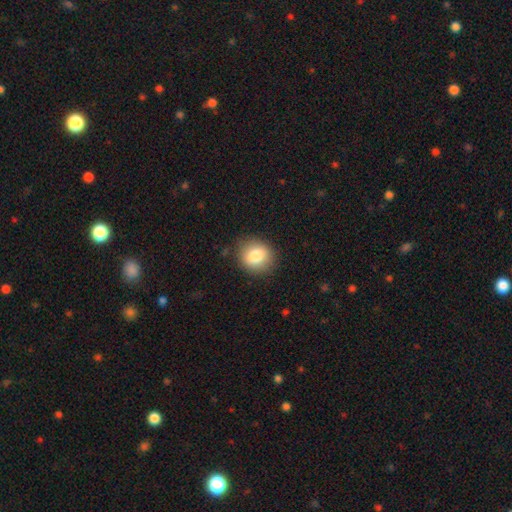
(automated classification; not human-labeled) Morphology: type=smooth (82%); roundness=round (79%); merging=none (87%).